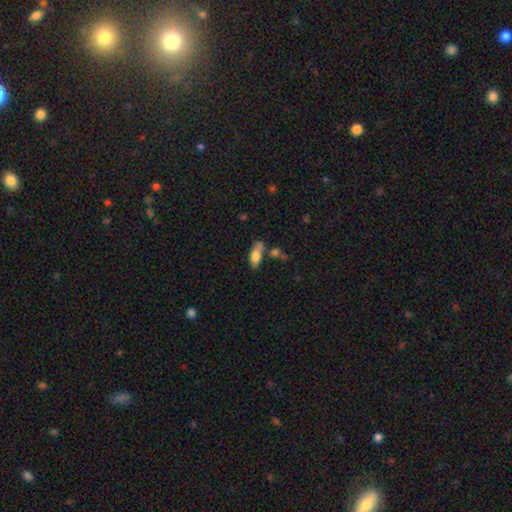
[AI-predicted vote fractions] Smooth or featured? Predicted: smooth (p=0.75). How rounded? Predicted: in between (p=0.82). Merging? Predicted: none (p=0.44).